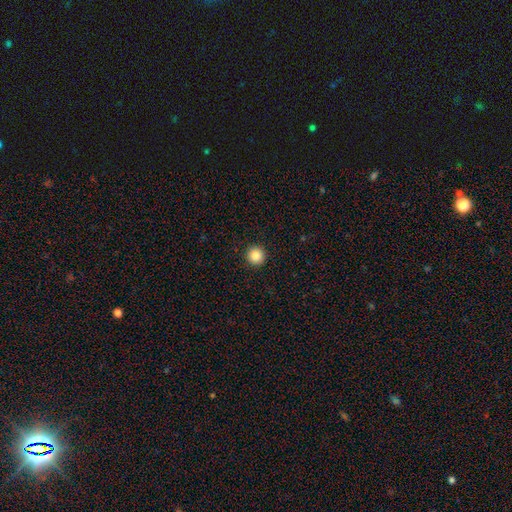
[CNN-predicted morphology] Overall: smooth (86%). How rounded: round (96%). Merging: none (94%).